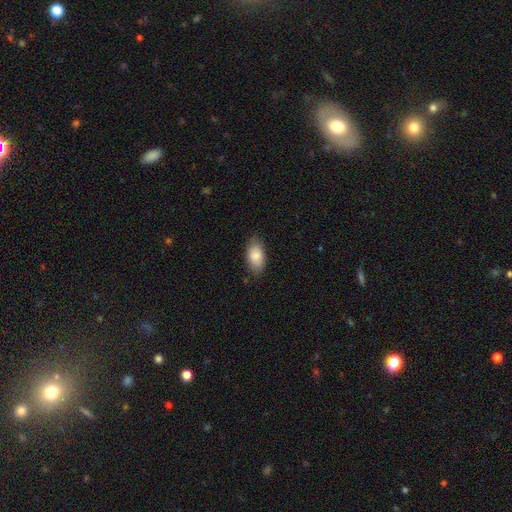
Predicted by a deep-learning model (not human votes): Q: Smooth or featured?
A: smooth (84%); runner-up: featured or disk (9%)
Q: How rounded?
A: in between (93%); runner-up: round (4%)
Q: Merging?
A: none (81%); runner-up: minor disturbance (14%)